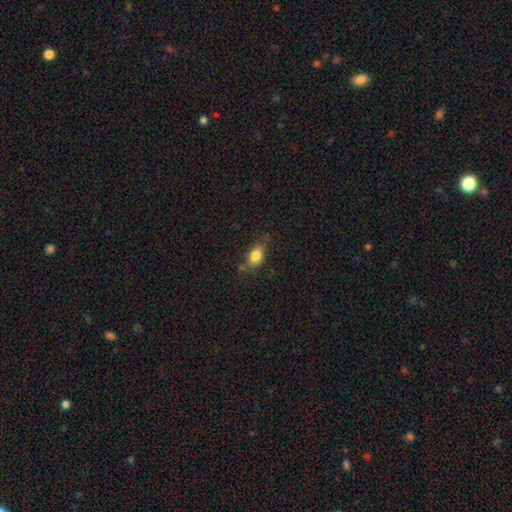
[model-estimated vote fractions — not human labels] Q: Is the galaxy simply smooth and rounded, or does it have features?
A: smooth — 83%.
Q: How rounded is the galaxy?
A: in between — 83%.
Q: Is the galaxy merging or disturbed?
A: none — 68%.